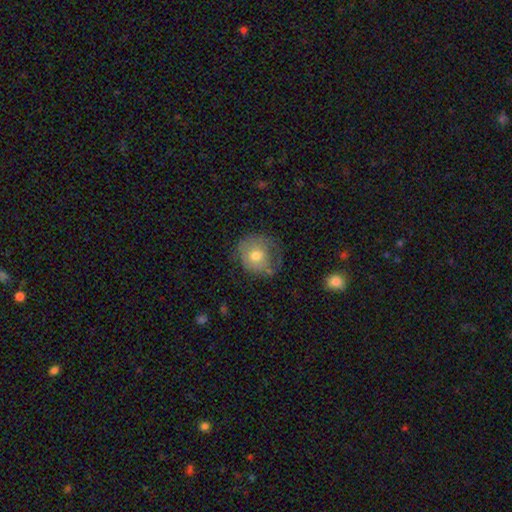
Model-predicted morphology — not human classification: smooth_or_featured: smooth (p=0.65) [alt: featured or disk p=0.27]
how_rounded: round (p=0.81) [alt: in between p=0.18]
merging: none (p=0.51) [alt: minor disturbance p=0.29]